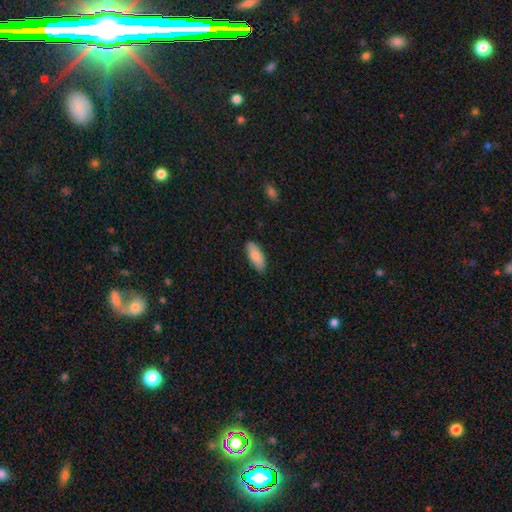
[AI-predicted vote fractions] Q: Smooth or featured?
A: smooth (86%); runner-up: featured or disk (8%)
Q: How rounded?
A: in between (79%); runner-up: cigar-shaped (19%)
Q: Merging?
A: none (84%); runner-up: minor disturbance (13%)